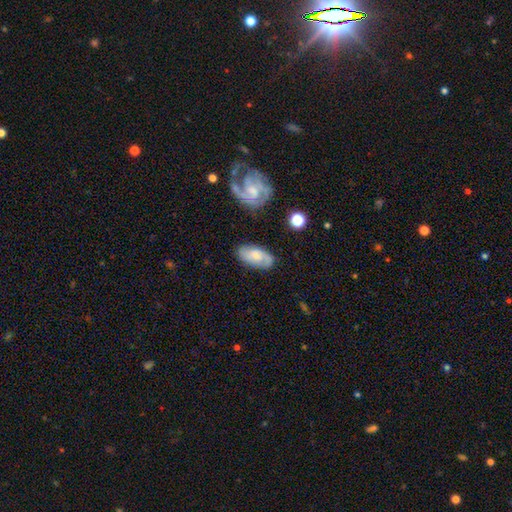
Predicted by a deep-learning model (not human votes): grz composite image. It shows a smooth galaxy with no disk features (52%) that is in between round and cigar-shaped (91%). Merging: none (76%).